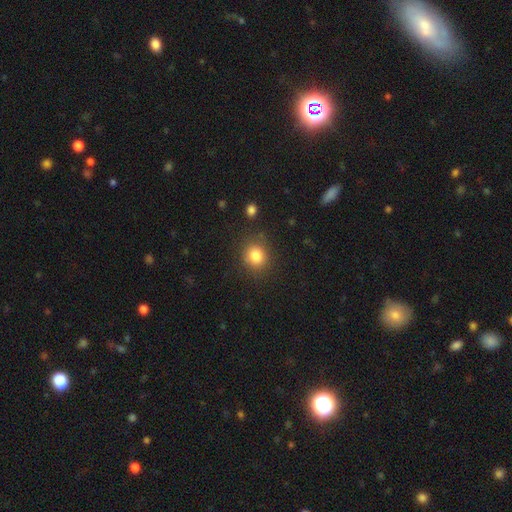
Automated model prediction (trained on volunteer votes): The model was most divided on "how rounded": round: 77%, in between: 22%, cigar-shaped: 1%. More confident: merging — none (83%); smooth or featured — smooth (83%).